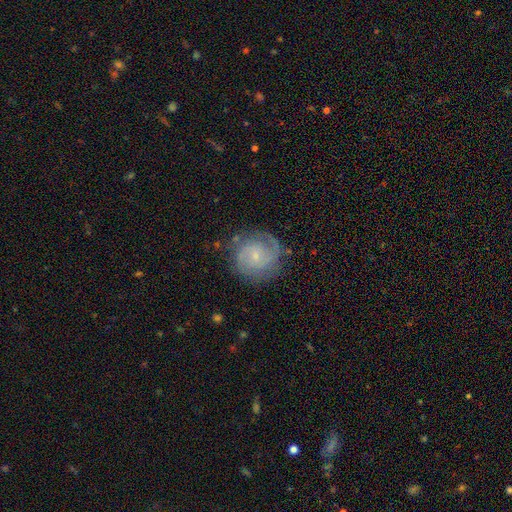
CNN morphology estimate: Overall: featured or disk (76%). Edge-on disk: no (98%). Bar: no (58%; weak 36%). Spiral arms: yes (94%). Spiral arm count: 2 (62%). Spiral winding: tight (47%; medium 41%). Bulge size: small (74%). Merging: none (75%).